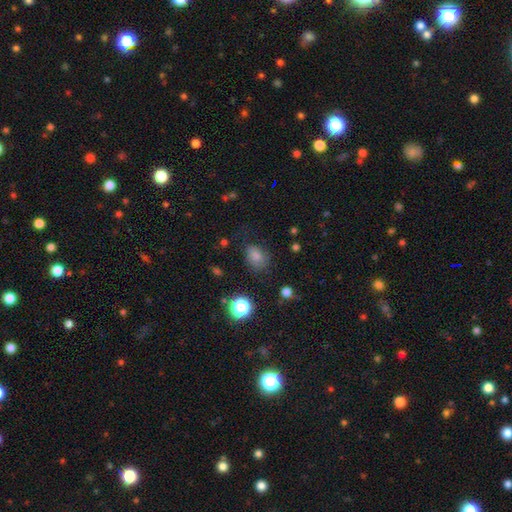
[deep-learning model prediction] Smooth or featured?
  - smooth: 68% *
  - star or artifact: 23%
  - featured or disk: 9%
How rounded?
  - in between: 60% *
  - round: 39%
  - cigar-shaped: 1%
Merging?
  - none: 70% *
  - minor disturbance: 20%
  - major disturbance: 8%
  - merger: 2%